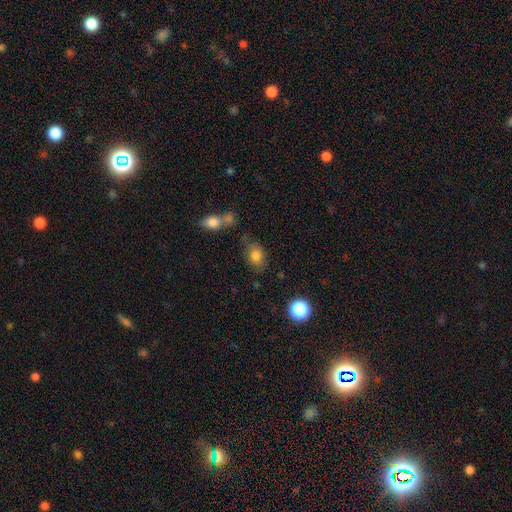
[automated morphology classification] A smooth galaxy with no disk features (78%) that is in between round and cigar-shaped (68%).

Vote fractions:
- Smooth or featured? smooth: 78% / star or artifact: 11% / featured or disk: 11%
- How rounded? in between: 68% / round: 30% / cigar-shaped: 2%
- Merging? none: 68% / minor disturbance: 19% / merger: 7% / major disturbance: 6%